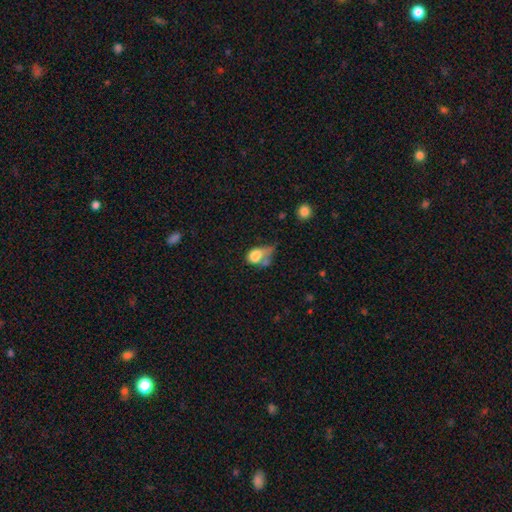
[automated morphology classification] A smooth galaxy with no disk features (73%) that is in between round and cigar-shaped (68%). Merging: major disturbance (29%, tied with merger).